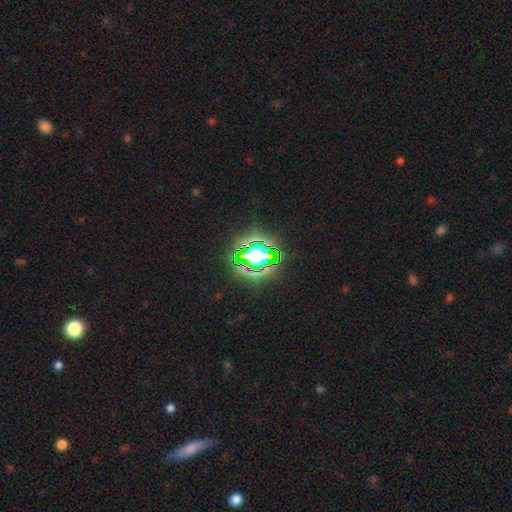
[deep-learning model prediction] Smooth or featured?
  - star or artifact: 66% *
  - smooth: 20%
  - featured or disk: 14%